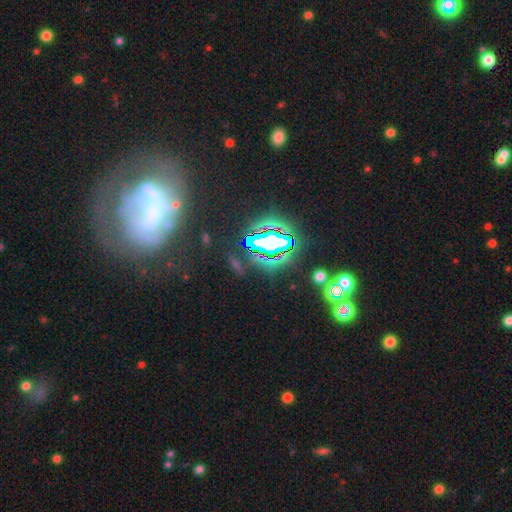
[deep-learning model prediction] Q: Smooth or featured?
A: featured or disk (56%); runner-up: star or artifact (28%)
Q: Edge-on disk?
A: no (93%); runner-up: yes (7%)
Q: Bar?
A: strong (35%); runner-up: weak (34%)
Q: Spiral arms?
A: yes (62%); runner-up: no (38%)
Q: Bulge size?
A: small (45%); runner-up: none (22%)
Q: Merging?
A: none (59%); runner-up: major disturbance (17%)